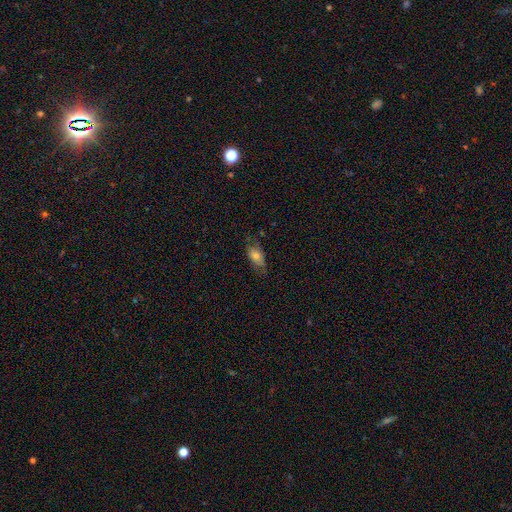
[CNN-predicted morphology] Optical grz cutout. It shows a smooth galaxy with no disk features (70%) that is in between round and cigar-shaped (86%). Merging: none (66%).